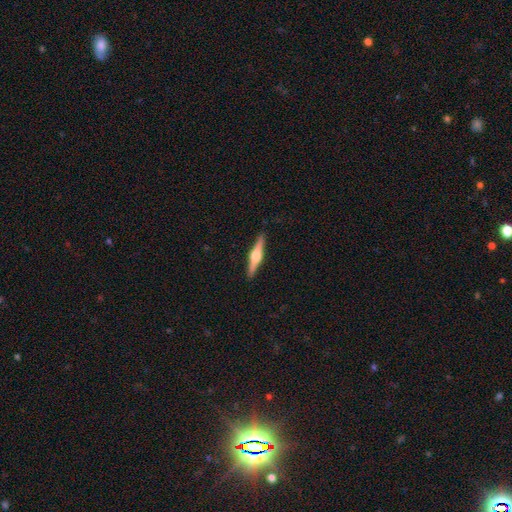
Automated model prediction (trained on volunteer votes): Smooth or featured: featured or disk — 71% (smooth — 24%)
Edge-on disk: yes — 98% (no — 2%)
Edge-on bulge: rounded — 91% (boxy — 7%)
Merging: none — 91% (minor disturbance — 7%)